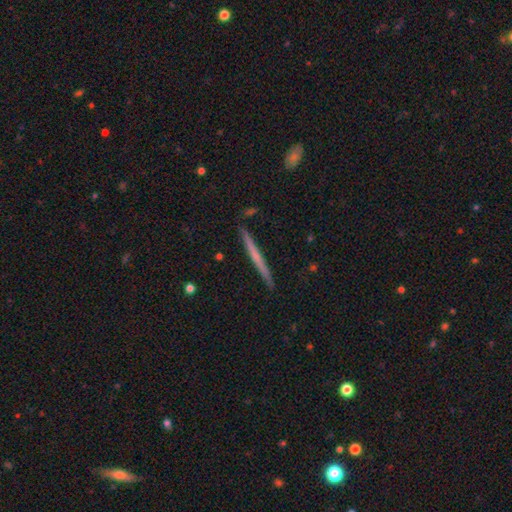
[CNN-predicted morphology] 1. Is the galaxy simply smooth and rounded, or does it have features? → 51% featured or disk, 43% smooth, 5% star or artifact.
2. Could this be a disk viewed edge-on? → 98% yes, 2% no.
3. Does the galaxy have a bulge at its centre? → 82% none, 13% rounded, 4% boxy.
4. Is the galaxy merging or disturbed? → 91% none, 6% minor disturbance, 1% merger, 1% major disturbance.